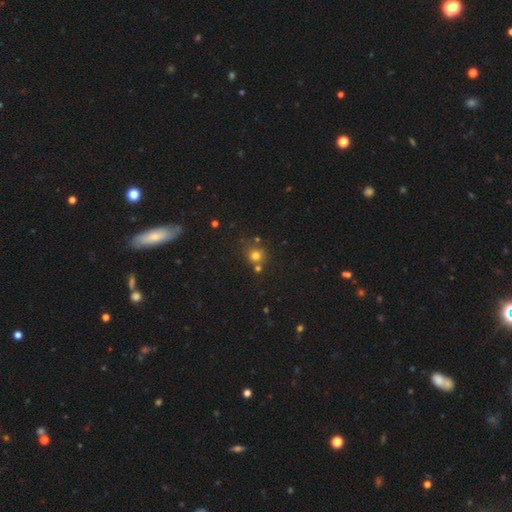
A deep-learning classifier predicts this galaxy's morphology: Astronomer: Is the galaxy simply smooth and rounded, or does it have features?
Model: smooth — 74%.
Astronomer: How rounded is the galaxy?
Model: round — 88%.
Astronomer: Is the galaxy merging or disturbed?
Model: none — 64%.